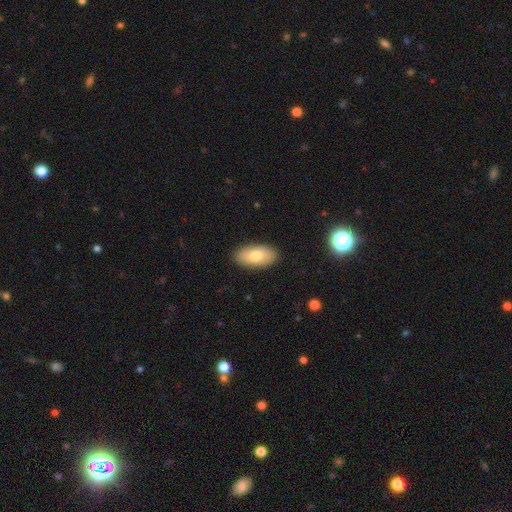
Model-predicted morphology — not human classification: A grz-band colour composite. It shows a smooth galaxy with no disk features (75%) that is in between round and cigar-shaped (94%). Merging: none (89%).